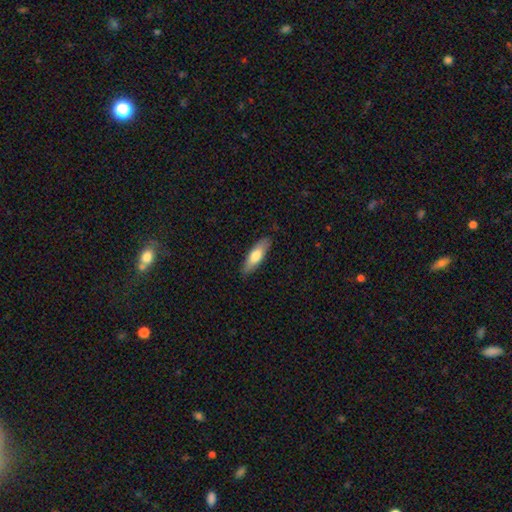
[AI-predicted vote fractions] This is likely a smooth galaxy (69%). How rounded: possibly in between (51%). Merging: clearly none (85%).